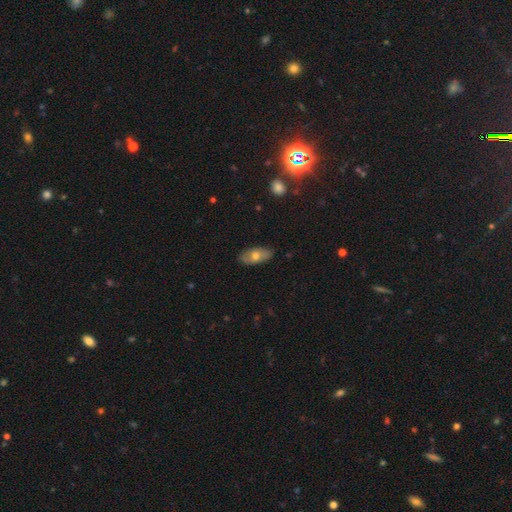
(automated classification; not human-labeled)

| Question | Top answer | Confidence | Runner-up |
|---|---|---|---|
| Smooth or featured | smooth | 61% | featured or disk (32%) |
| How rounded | in between | 89% | cigar-shaped (7%) |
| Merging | none | 85% | minor disturbance (12%) |